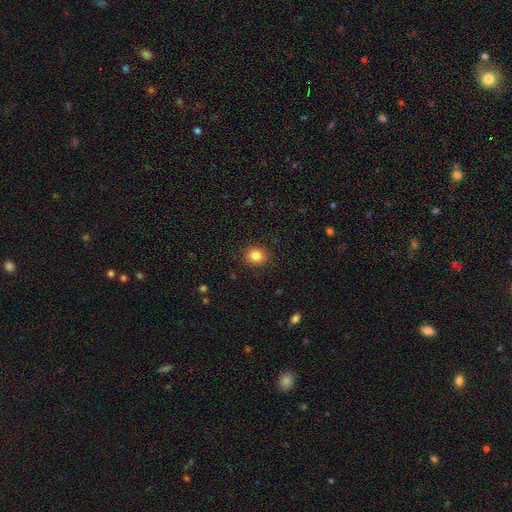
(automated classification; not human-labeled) smooth 85%, star or artifact 10%, featured or disk 5%. Down the decision tree: how rounded — round (73%); merging — none (89%).